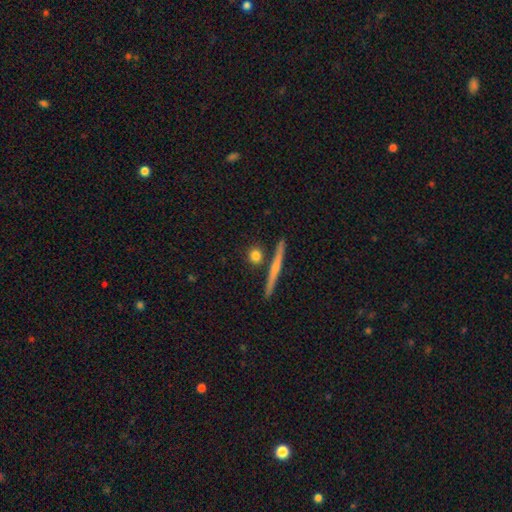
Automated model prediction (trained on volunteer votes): Morphology: type=smooth (74%); roundness=round (78%); merging=none (78%).